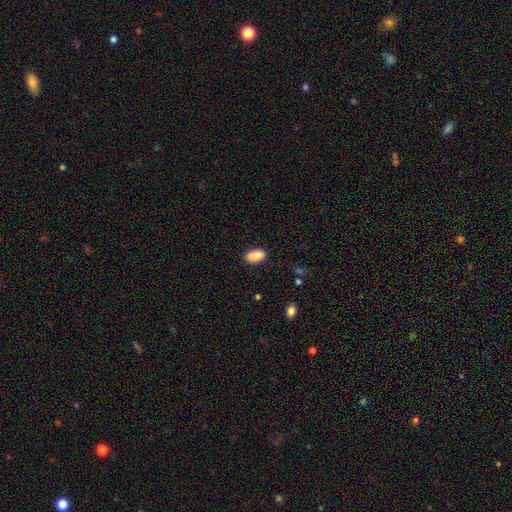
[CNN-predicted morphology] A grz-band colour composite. It shows a smooth galaxy with no disk features (89%) that is in between round and cigar-shaped (93%). Merging: none (88%).